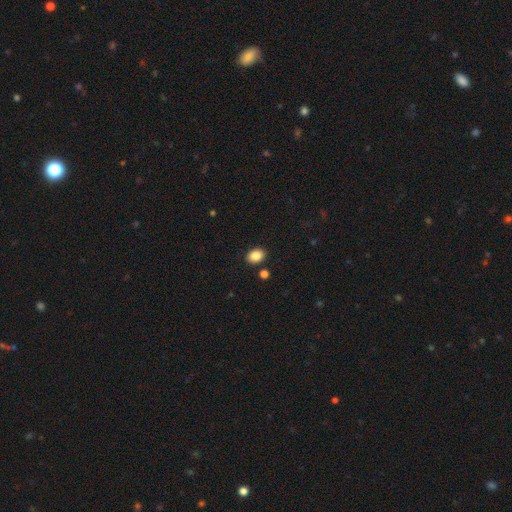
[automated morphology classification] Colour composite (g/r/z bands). It shows a smooth galaxy with no disk features (86%) that is in between round and cigar-shaped (63%). Merging: none (86%).